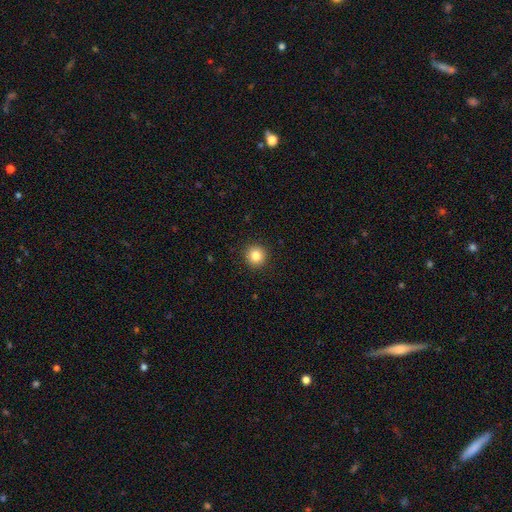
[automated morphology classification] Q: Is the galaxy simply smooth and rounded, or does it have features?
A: smooth — 84%.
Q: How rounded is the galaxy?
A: round — 95%.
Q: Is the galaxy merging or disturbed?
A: none — 93%.